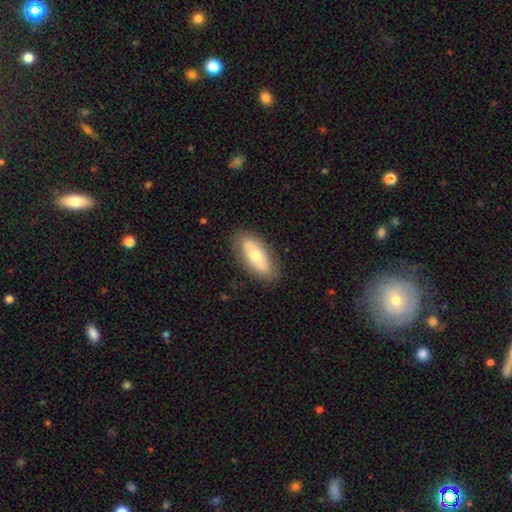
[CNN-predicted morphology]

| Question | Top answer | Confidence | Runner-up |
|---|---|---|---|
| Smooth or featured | smooth | 58% | featured or disk (36%) |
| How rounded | in between | 82% | cigar-shaped (15%) |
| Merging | none | 82% | minor disturbance (14%) |